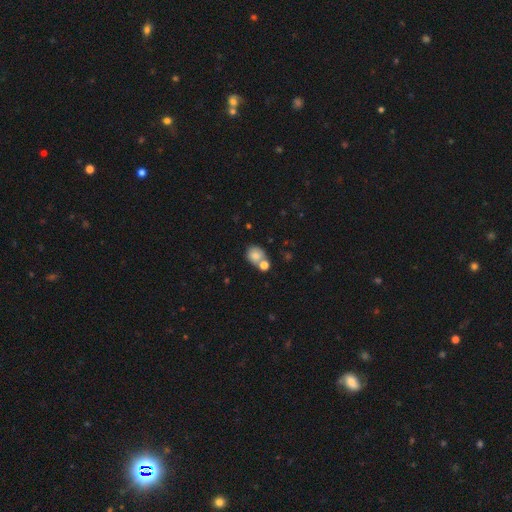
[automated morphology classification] A smooth galaxy with no disk features (80%) that is round (67%).

Vote fractions:
- Smooth or featured? smooth: 80% / featured or disk: 10% / star or artifact: 10%
- How rounded? round: 67% / in between: 32% / cigar-shaped: 1%
- Merging? none: 48% / merger: 35% / minor disturbance: 12% / major disturbance: 5%